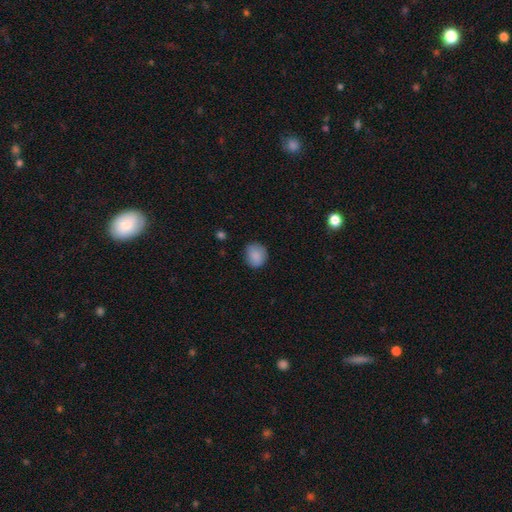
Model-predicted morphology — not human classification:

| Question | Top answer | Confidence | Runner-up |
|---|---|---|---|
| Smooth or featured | smooth | 87% | star or artifact (8%) |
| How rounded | round | 77% | in between (22%) |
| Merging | none | 79% | minor disturbance (17%) |